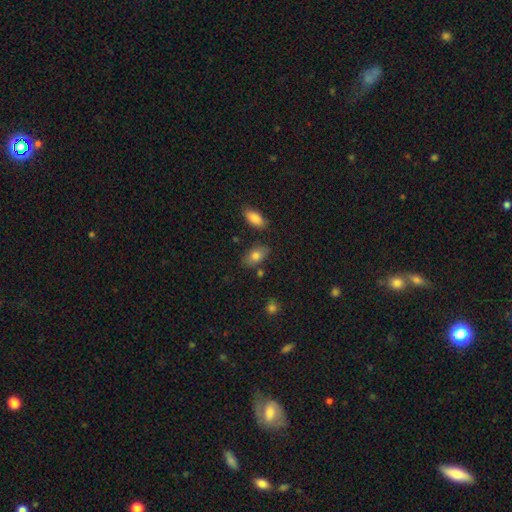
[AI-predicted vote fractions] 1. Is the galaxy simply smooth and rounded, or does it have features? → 79% smooth, 13% featured or disk, 8% star or artifact.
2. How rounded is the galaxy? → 90% in between, 6% round, 4% cigar-shaped.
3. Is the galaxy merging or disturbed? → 77% none, 13% minor disturbance, 6% merger, 3% major disturbance.